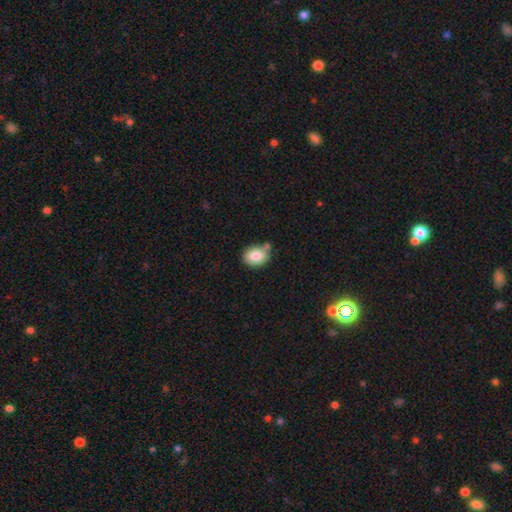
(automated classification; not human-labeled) This appears to be a smooth galaxy with no disk features (84%) that is round (57%). Merging: none (63%).